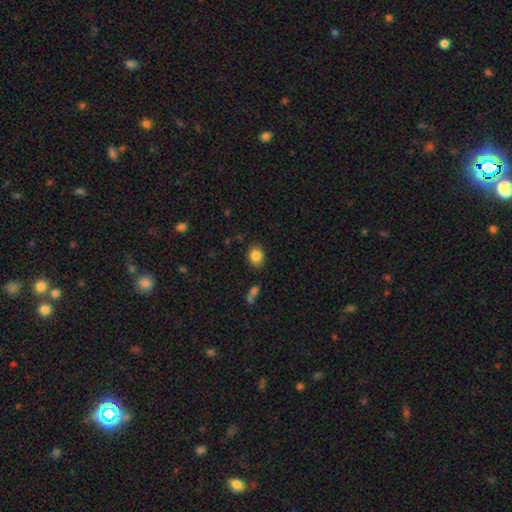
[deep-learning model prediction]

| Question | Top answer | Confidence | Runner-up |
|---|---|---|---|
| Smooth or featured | smooth | 84% | star or artifact (9%) |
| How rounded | round | 55% | in between (44%) |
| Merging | none | 86% | minor disturbance (10%) |